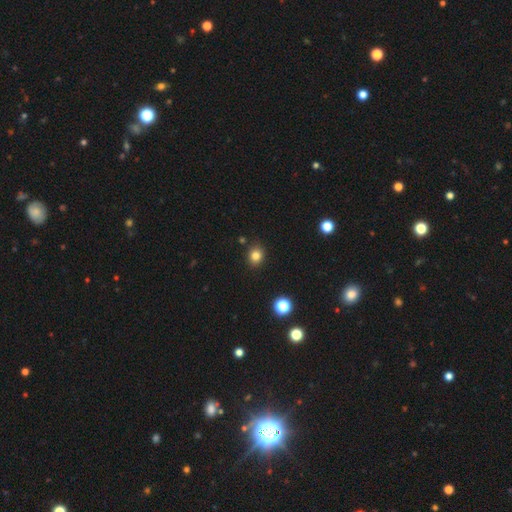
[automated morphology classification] Smooth or featured?
  - smooth: 82% *
  - star or artifact: 13%
  - featured or disk: 6%
How rounded?
  - round: 69% *
  - in between: 30%
  - cigar-shaped: 1%
Merging?
  - none: 87% *
  - minor disturbance: 8%
  - merger: 2%
  - major disturbance: 2%